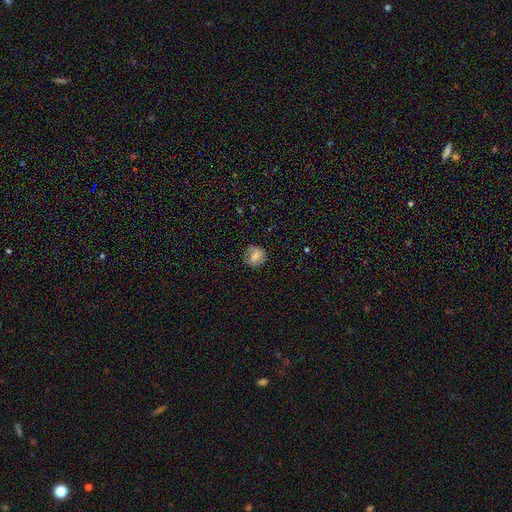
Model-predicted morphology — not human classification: Smooth or featured?
  - smooth: 60% *
  - featured or disk: 30%
  - star or artifact: 9%
How rounded?
  - round: 80% *
  - in between: 19%
  - cigar-shaped: 1%
Merging?
  - none: 75% *
  - minor disturbance: 18%
  - major disturbance: 6%
  - merger: 1%